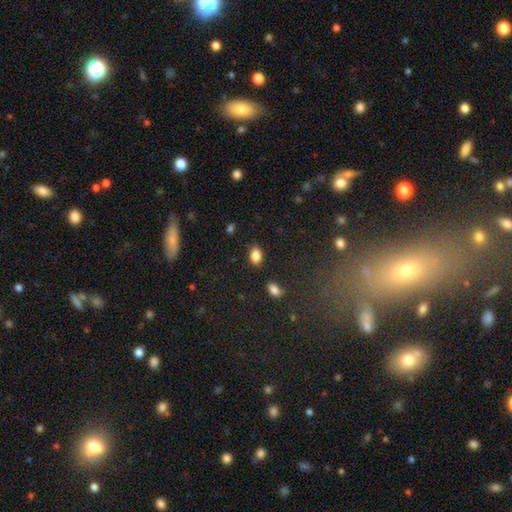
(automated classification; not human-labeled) Smooth or featured? Predicted: smooth (p=0.86). How rounded? Predicted: in between (p=0.87). Merging? Predicted: none (p=0.85).